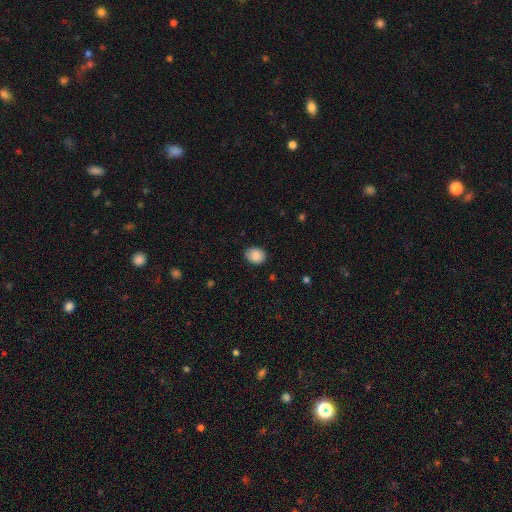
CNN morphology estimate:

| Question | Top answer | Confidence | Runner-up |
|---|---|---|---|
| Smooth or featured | smooth | 87% | star or artifact (8%) |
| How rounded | in between | 51% | round (48%) |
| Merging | none | 84% | minor disturbance (13%) |